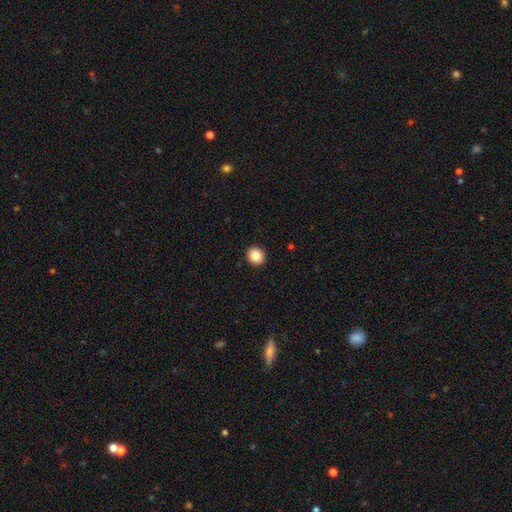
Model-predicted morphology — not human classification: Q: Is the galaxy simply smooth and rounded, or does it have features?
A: smooth — 86%.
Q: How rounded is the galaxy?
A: round — 87%.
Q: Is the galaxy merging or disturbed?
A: none — 93%.